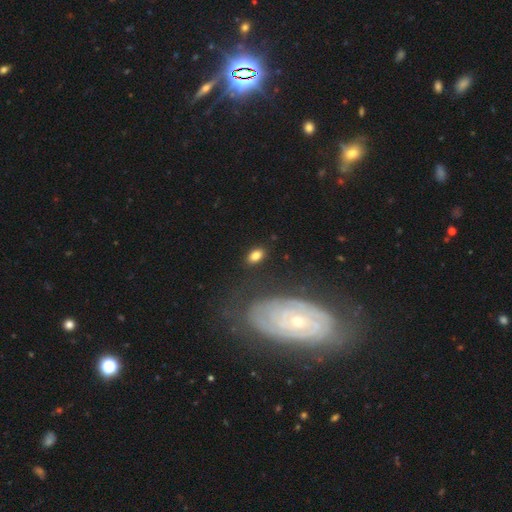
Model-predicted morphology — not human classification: smooth-or-featured: smooth: 80% | featured or disk: 11% | star or artifact: 9%
  how-rounded: in between: 89% | round: 9% | cigar-shaped: 3%
  merging: none: 83% | minor disturbance: 11% | major disturbance: 4% | merger: 2%